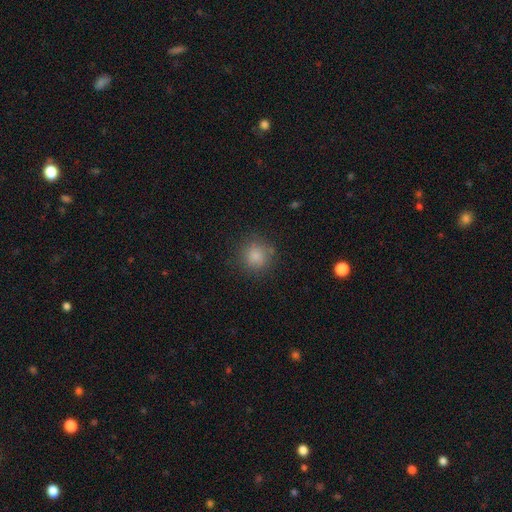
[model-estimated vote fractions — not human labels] smooth-or-featured: smooth: 83% | star or artifact: 11% | featured or disk: 5%
  how-rounded: round: 90% | in between: 9% | cigar-shaped: 1%
  merging: none: 82% | minor disturbance: 12% | major disturbance: 4% | merger: 2%